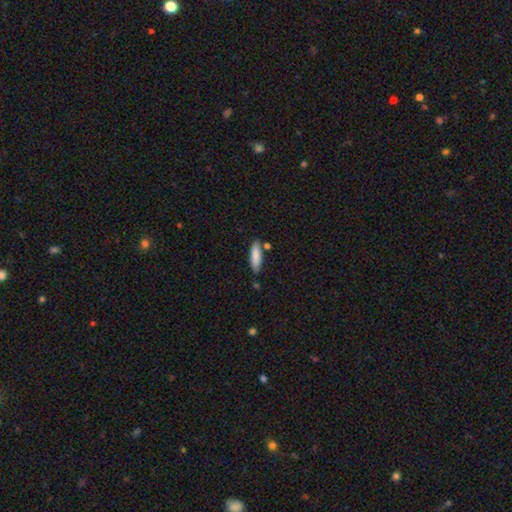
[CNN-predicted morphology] A smooth galaxy with no disk features (85%) that is cigar-shaped (59%).

Vote fractions:
- Smooth or featured? smooth: 85% / featured or disk: 9% / star or artifact: 6%
- How rounded? cigar-shaped: 59% / in between: 40% / round: 2%
- Merging? none: 79% / minor disturbance: 13% / merger: 6% / major disturbance: 2%